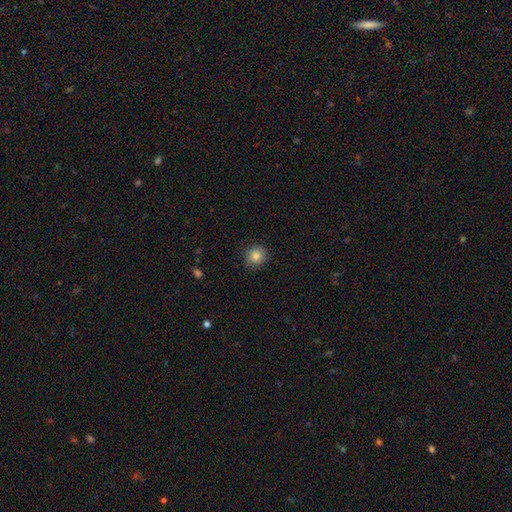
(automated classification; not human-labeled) smooth 85%, star or artifact 10%, featured or disk 5%. Down the decision tree: how rounded — round (89%); merging — none (87%).